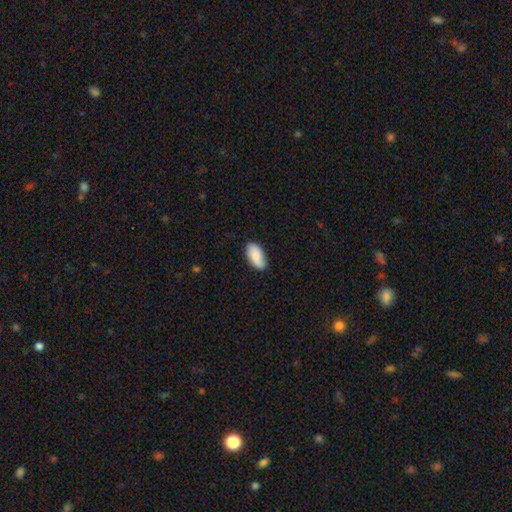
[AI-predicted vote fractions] smooth 82%, featured or disk 12%, star or artifact 6%. Down the decision tree: how rounded — in between (94%); merging — none (78%).